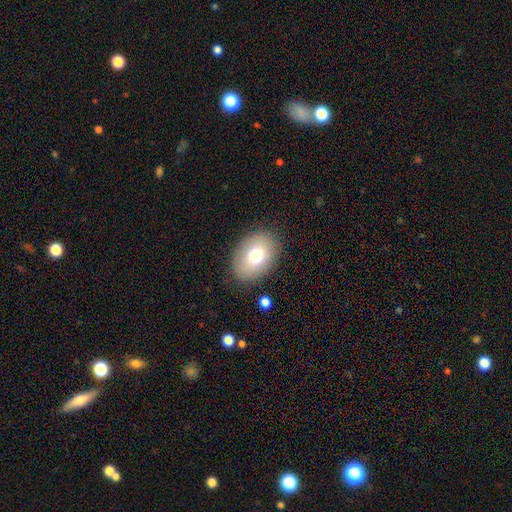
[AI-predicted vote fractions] Smooth or featured: smooth — 74% (featured or disk — 17%)
How rounded: in between — 78% (round — 21%)
Merging: none — 86% (minor disturbance — 9%)